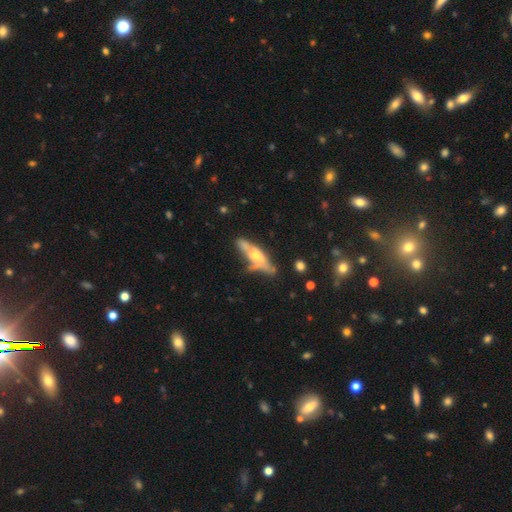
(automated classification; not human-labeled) featured or disk 54%, smooth 39%, star or artifact 7%. Down the decision tree: edge-on disk — yes (57%); merging — none (40%).